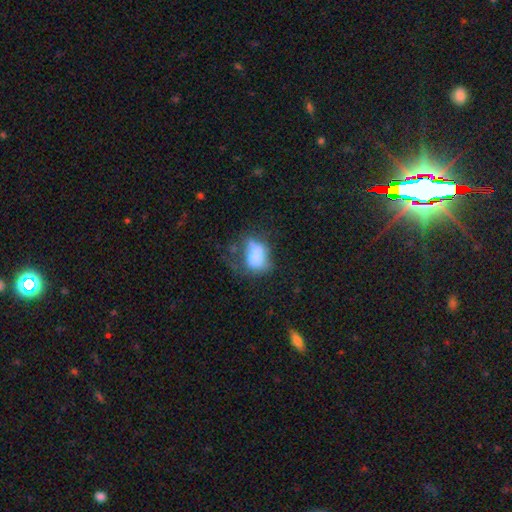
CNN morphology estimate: smooth_or_featured: smooth (p=0.64) [alt: featured or disk p=0.26]
how_rounded: in between (p=0.71) [alt: round p=0.27]
merging: none (p=0.30) [alt: major disturbance p=0.29]